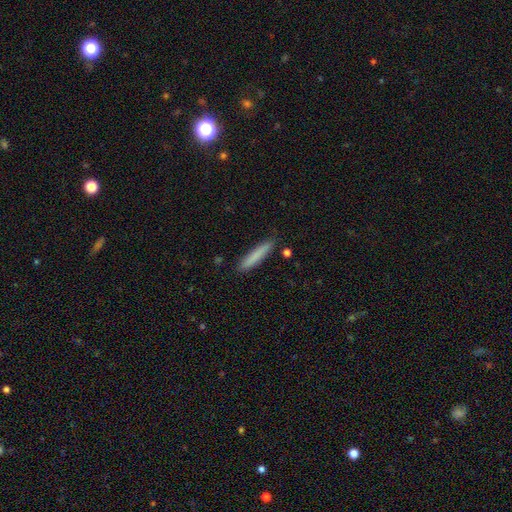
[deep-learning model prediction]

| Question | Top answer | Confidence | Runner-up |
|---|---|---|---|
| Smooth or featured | smooth | 81% | featured or disk (13%) |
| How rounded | cigar-shaped | 93% | in between (6%) |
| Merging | none | 88% | minor disturbance (9%) |